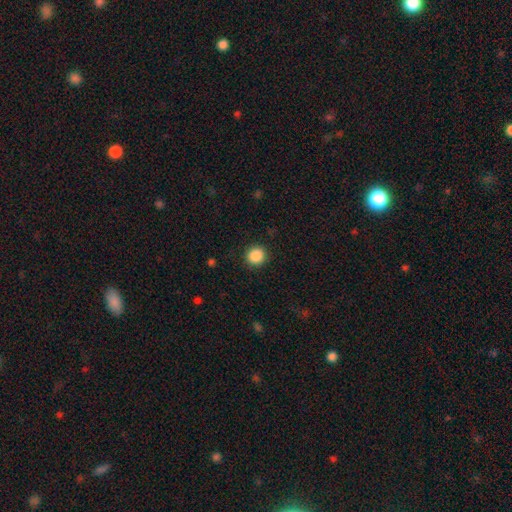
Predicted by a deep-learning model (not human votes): Smooth or featured? Predicted: smooth (p=0.87). How rounded? Predicted: round (p=0.93). Merging? Predicted: none (p=0.91).